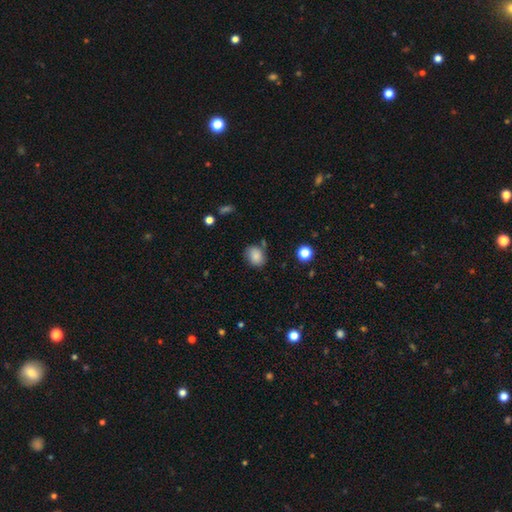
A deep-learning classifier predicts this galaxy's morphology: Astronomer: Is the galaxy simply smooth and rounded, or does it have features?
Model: smooth — 85%.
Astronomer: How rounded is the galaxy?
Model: in between — 50% (runner-up: round, 49%).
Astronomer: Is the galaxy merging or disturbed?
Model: none — 72%.